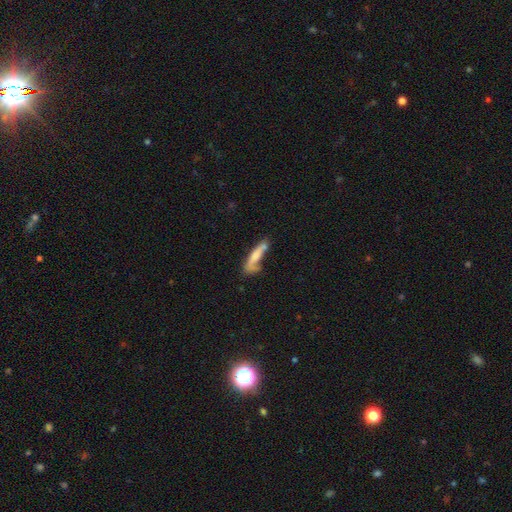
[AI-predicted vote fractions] This appears to be a smooth galaxy with no disk features (60%) that is cigar-shaped (80%). Merging: none (42%).